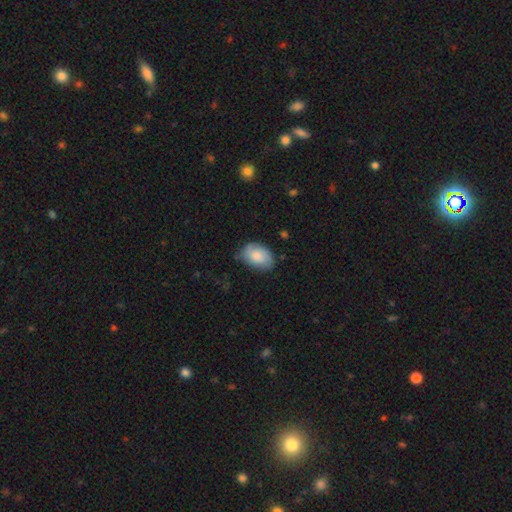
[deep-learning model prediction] This is clearly a smooth galaxy (82%). How rounded: clearly in between (89%). Merging: likely none (65%).